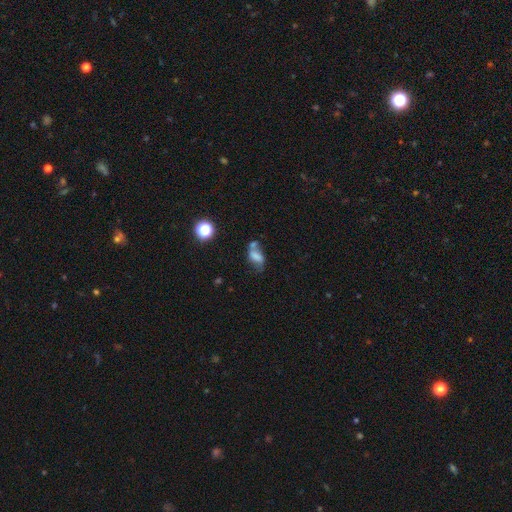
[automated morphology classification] Q: Smooth or featured?
A: smooth (52%); runner-up: featured or disk (33%)
Q: How rounded?
A: in between (79%); runner-up: round (14%)
Q: Merging?
A: none (32%); runner-up: merger (30%)